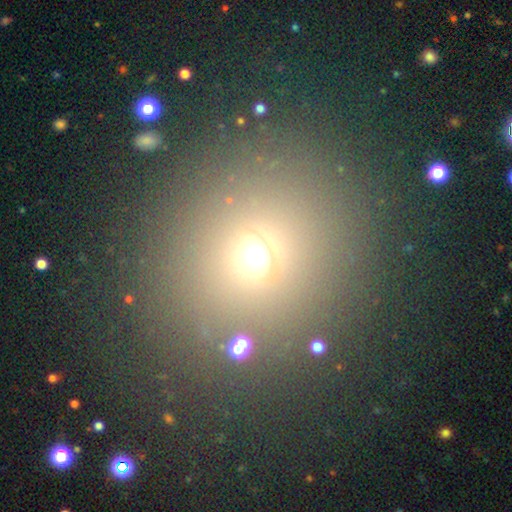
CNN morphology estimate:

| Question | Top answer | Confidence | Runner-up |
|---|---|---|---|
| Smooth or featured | smooth | 64% | star or artifact (27%) |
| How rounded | round | 85% | in between (14%) |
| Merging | none | 78% | minor disturbance (9%) |